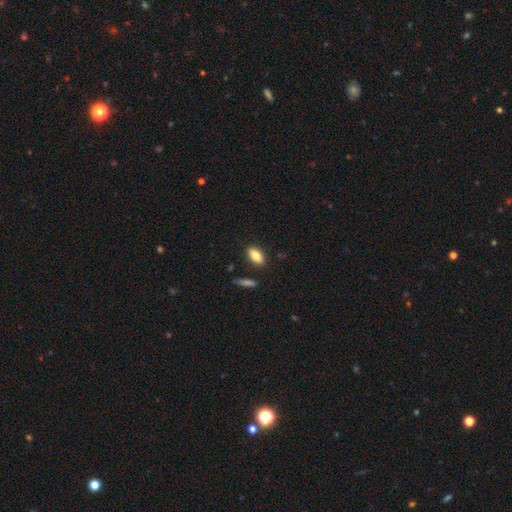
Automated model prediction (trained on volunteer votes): smooth 83%, featured or disk 10%, star or artifact 7%. Down the decision tree: how rounded — in between (87%); merging — none (86%).